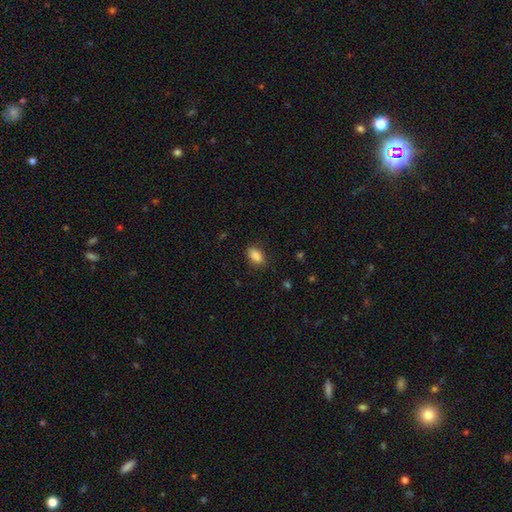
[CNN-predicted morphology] smooth-or-featured: smooth: 88% | star or artifact: 8% | featured or disk: 4%
  how-rounded: in between: 90% | round: 7% | cigar-shaped: 4%
  merging: none: 84% | minor disturbance: 12% | major disturbance: 3% | merger: 1%